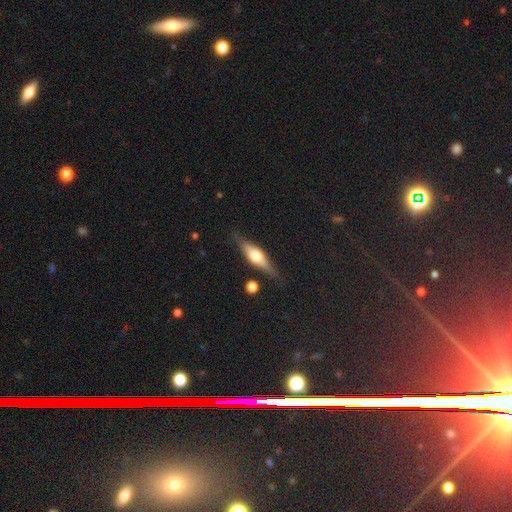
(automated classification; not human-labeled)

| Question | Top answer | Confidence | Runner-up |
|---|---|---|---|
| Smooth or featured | featured or disk | 57% | smooth (37%) |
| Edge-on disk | yes | 93% | no (7%) |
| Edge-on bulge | rounded | 89% | boxy (8%) |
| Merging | none | 81% | minor disturbance (13%) |